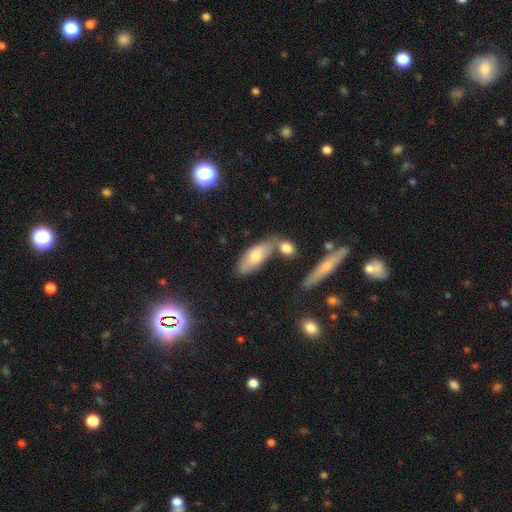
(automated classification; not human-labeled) Morphology: type=smooth (65%); roundness=in between (71%); merging=none (58%).